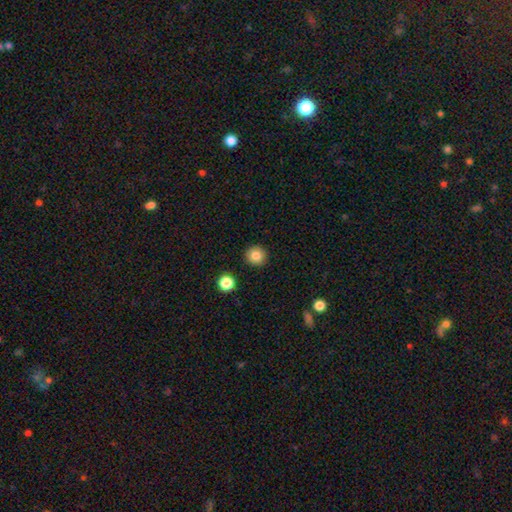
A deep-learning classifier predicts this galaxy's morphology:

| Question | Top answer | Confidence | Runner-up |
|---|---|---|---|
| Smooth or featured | smooth | 84% | star or artifact (11%) |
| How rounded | round | 94% | in between (5%) |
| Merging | none | 92% | minor disturbance (5%) |